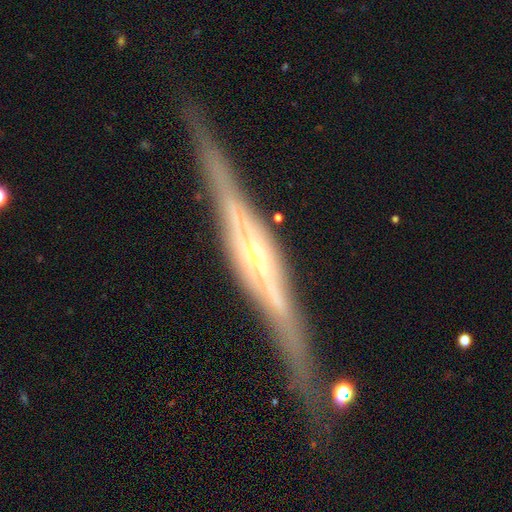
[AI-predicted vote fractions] The model was most divided on "edge-on bulge": rounded: 59%, boxy: 34%, none: 7%. More confident: edge-on disk — yes (97%); smooth or featured — featured or disk (88%); merging — none (85%).